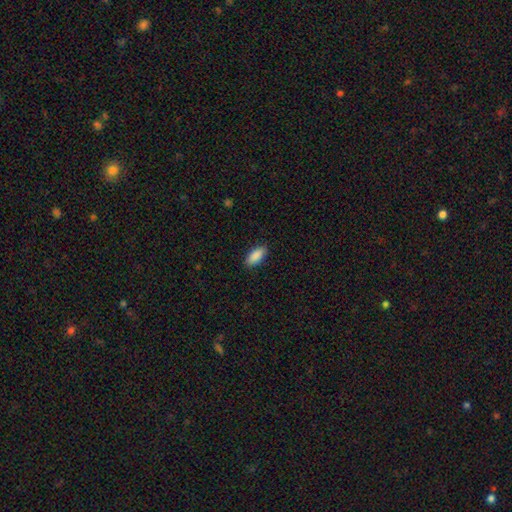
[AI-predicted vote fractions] Smooth or featured?
  - smooth: 90% *
  - star or artifact: 6%
  - featured or disk: 4%
How rounded?
  - in between: 85% *
  - cigar-shaped: 13%
  - round: 2%
Merging?
  - none: 89% *
  - minor disturbance: 8%
  - major disturbance: 2%
  - merger: 1%